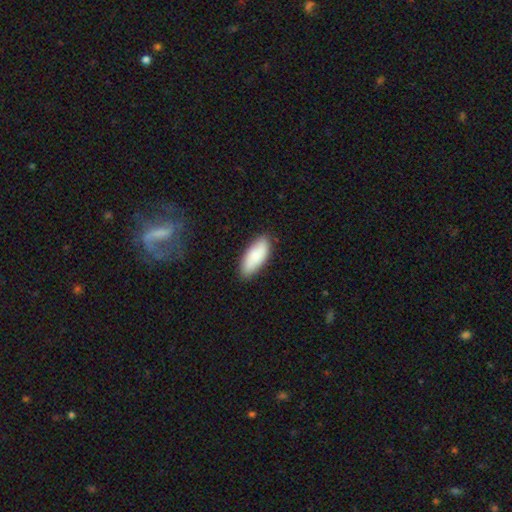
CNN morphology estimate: smooth-or-featured: smooth: 83% | featured or disk: 11% | star or artifact: 6%
  how-rounded: in between: 81% | cigar-shaped: 17% | round: 2%
  merging: none: 84% | minor disturbance: 13% | major disturbance: 2% | merger: 1%